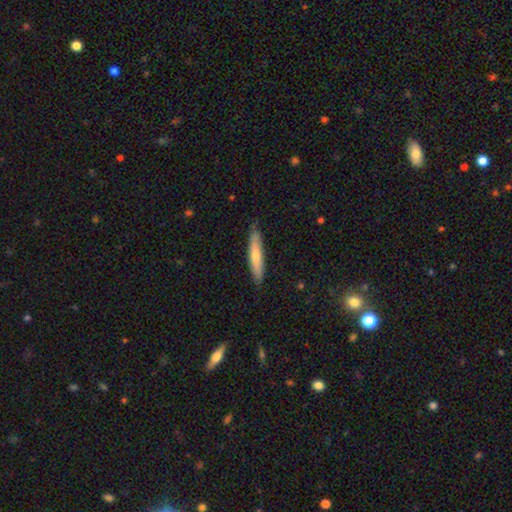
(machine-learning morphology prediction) type=smooth (67%); roundness=cigar-shaped (89%); merging=none (82%).